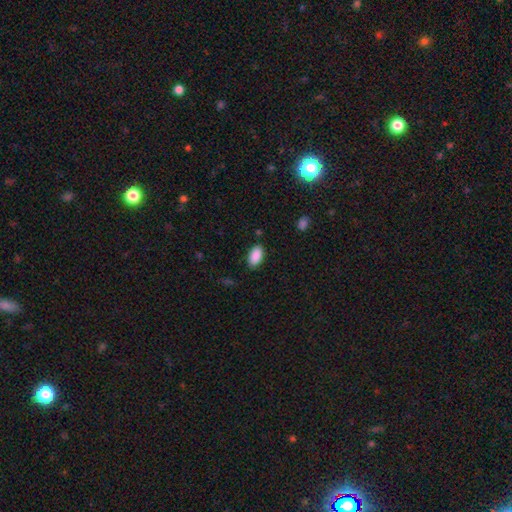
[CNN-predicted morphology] This is clearly a smooth galaxy (89%). How rounded: clearly in between (94%). Merging: clearly none (86%).